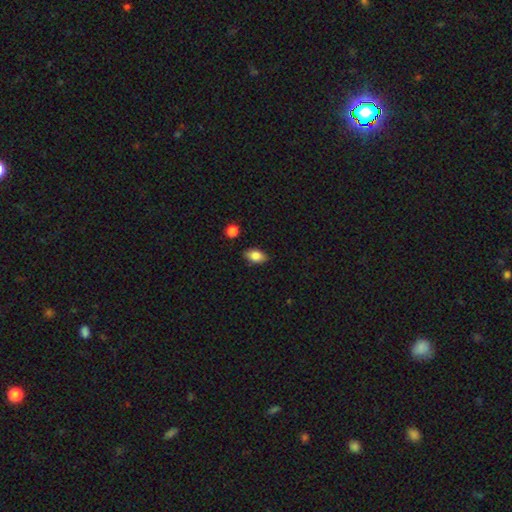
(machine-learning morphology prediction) This is clearly a smooth galaxy (83%). How rounded: clearly in between (88%). Merging: clearly none (84%).